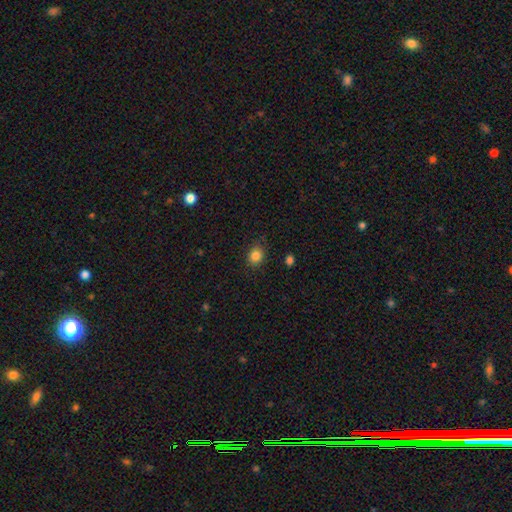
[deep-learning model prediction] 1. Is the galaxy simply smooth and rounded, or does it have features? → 84% smooth, 11% star or artifact, 5% featured or disk.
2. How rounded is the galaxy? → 59% round, 40% in between, 1% cigar-shaped.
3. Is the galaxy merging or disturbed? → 82% none, 13% minor disturbance, 3% major disturbance, 1% merger.